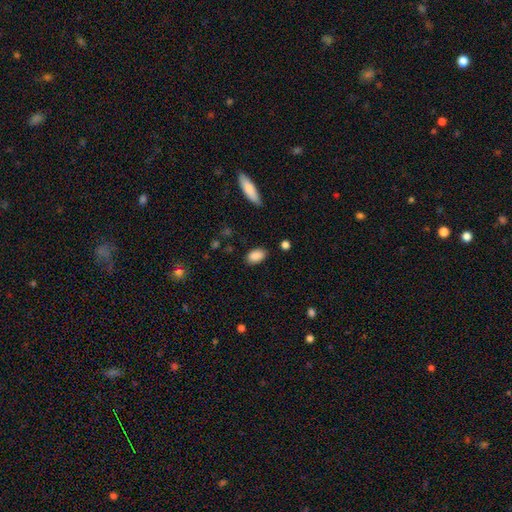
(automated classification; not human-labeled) Q: Smooth or featured?
A: smooth (89%); runner-up: star or artifact (7%)
Q: How rounded?
A: in between (92%); runner-up: round (6%)
Q: Merging?
A: none (84%); runner-up: minor disturbance (12%)